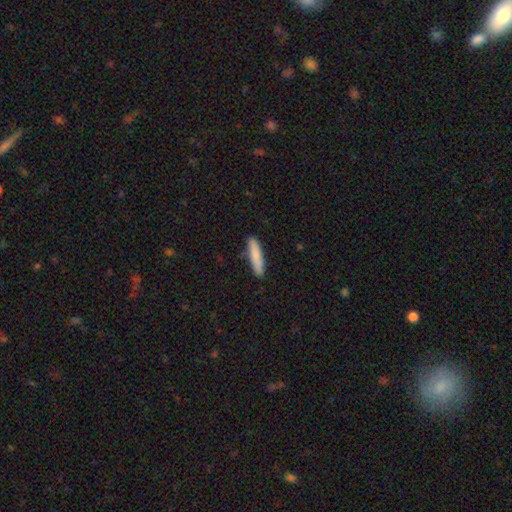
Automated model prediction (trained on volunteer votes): Smooth or featured? smooth (83%)
How rounded? cigar-shaped (86%)
Merging? none (85%)